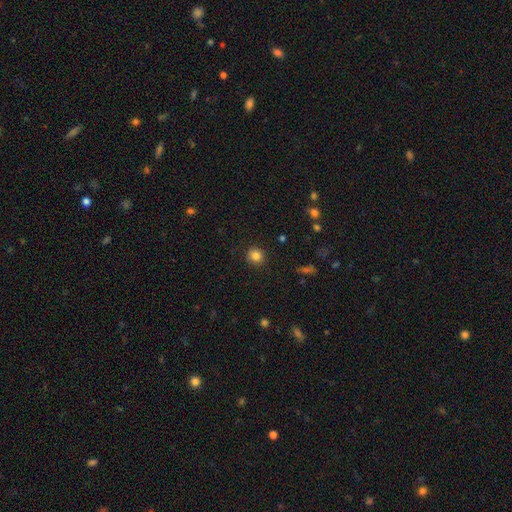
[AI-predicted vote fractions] A smooth galaxy with no disk features (84%) that is round (89%). Merging: none (90%).